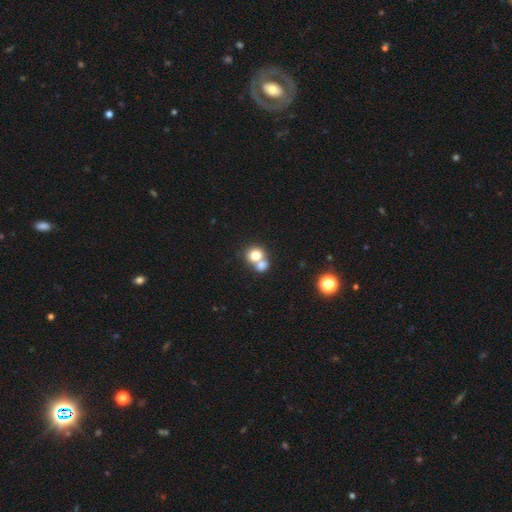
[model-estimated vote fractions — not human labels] This appears to be a smooth galaxy with no disk features (76%) that is round (71%). Merging: merger (60%).